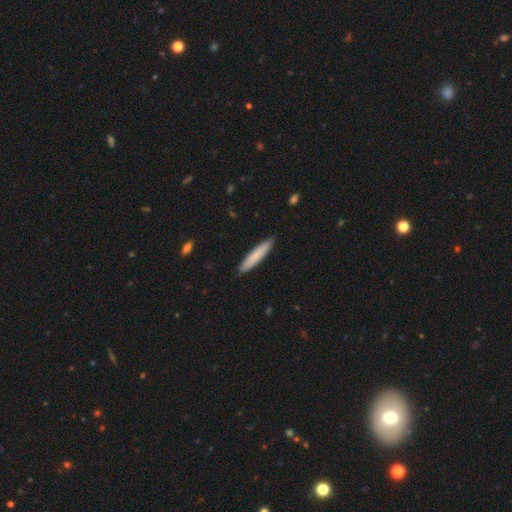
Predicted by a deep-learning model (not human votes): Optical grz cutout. It shows a smooth galaxy with no disk features (81%) that is cigar-shaped (90%). Merging: none (91%).